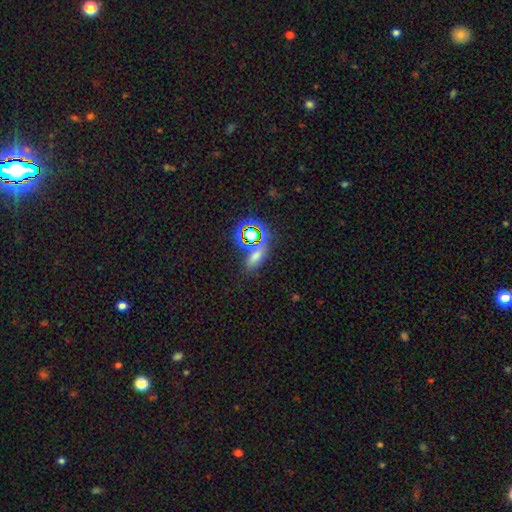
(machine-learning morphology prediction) The model was most divided on "smooth or featured": smooth: 48%, star or artifact: 41%, featured or disk: 11%. More confident: merging — none (64%).